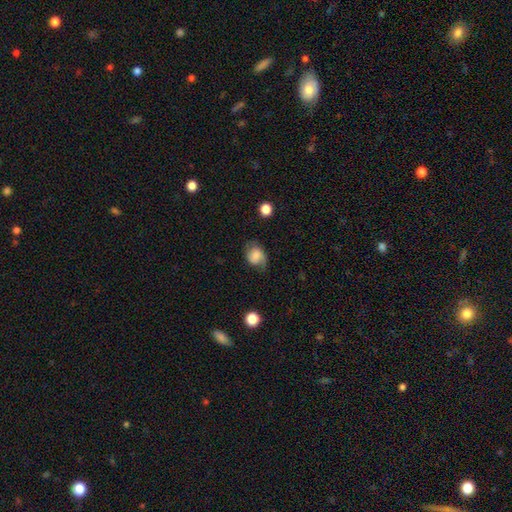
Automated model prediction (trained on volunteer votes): Smooth or featured? Predicted: smooth (p=0.56). How rounded? Predicted: in between (p=0.57). Merging? Predicted: none (p=0.54).